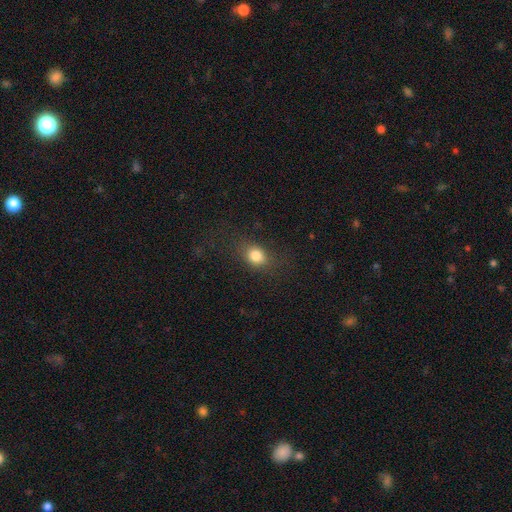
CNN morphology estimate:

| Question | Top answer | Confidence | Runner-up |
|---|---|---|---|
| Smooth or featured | smooth | 80% | star or artifact (12%) |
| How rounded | in between | 50% | round (48%) |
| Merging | none | 78% | minor disturbance (14%) |